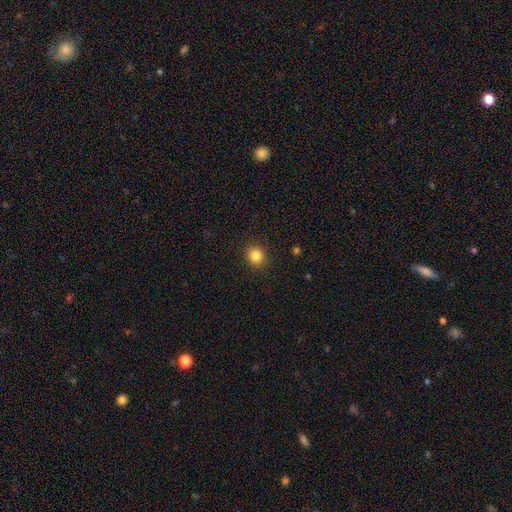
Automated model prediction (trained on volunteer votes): Overall: smooth (84%). How rounded: round (75%). Merging: none (91%).